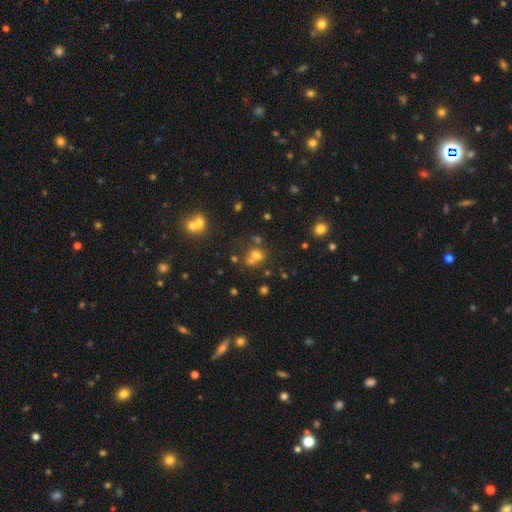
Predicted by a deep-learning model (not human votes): Smooth or featured: smooth — 64% (star or artifact — 21%)
How rounded: round — 72% (in between — 27%)
Merging: none — 44% (merger — 39%)